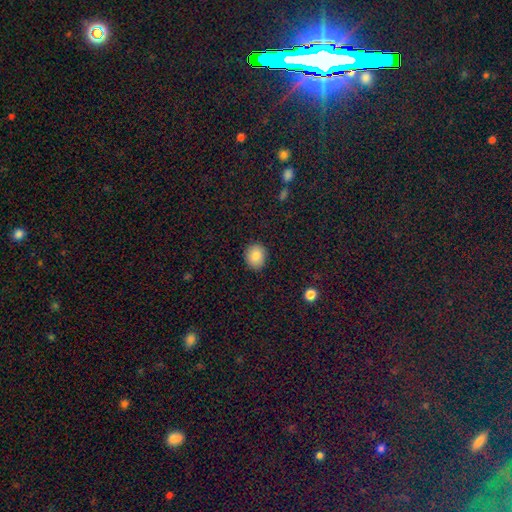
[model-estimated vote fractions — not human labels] Smooth or featured? smooth (85%)
How rounded? round (68%)
Merging? none (89%)